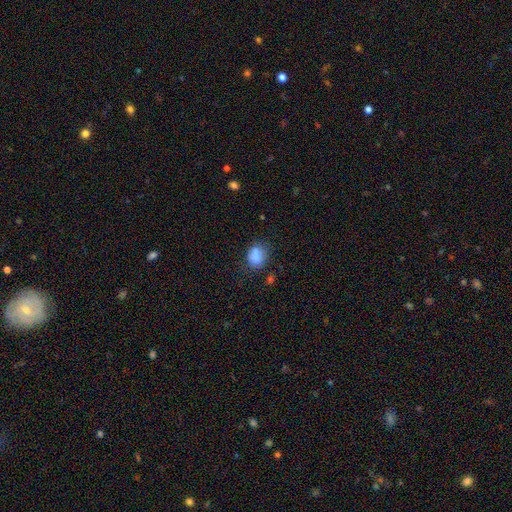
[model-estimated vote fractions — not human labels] The model was most divided on "how rounded": in between: 55%, round: 44%, cigar-shaped: 1%. More confident: smooth or featured — smooth (82%); merging — none (60%).